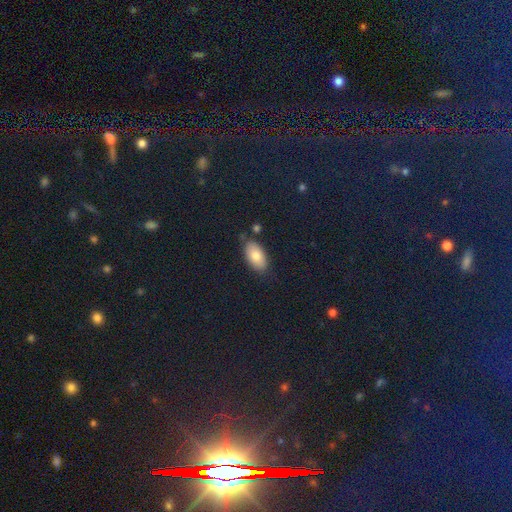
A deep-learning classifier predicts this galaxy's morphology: Overall: smooth (79%). How rounded: in between (93%). Merging: none (82%).